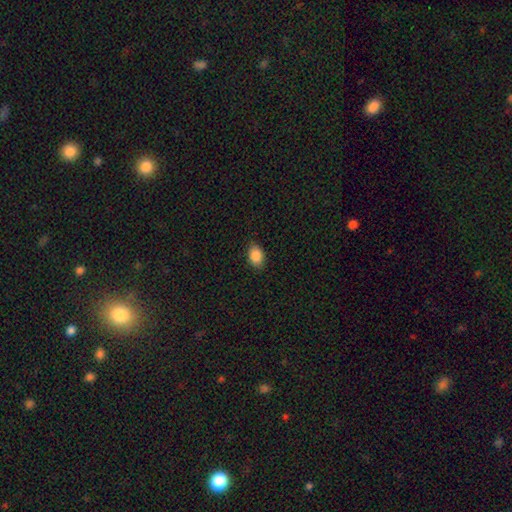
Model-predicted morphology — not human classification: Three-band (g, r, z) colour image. It shows a smooth galaxy with no disk features (87%) that is in between round and cigar-shaped (81%). Merging: none (87%).